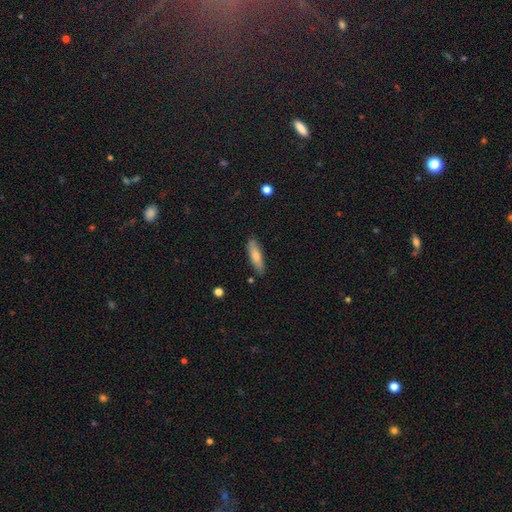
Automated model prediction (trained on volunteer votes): Overall: smooth (75%). How rounded: cigar-shaped (65%; in between 33%). Merging: none (82%).